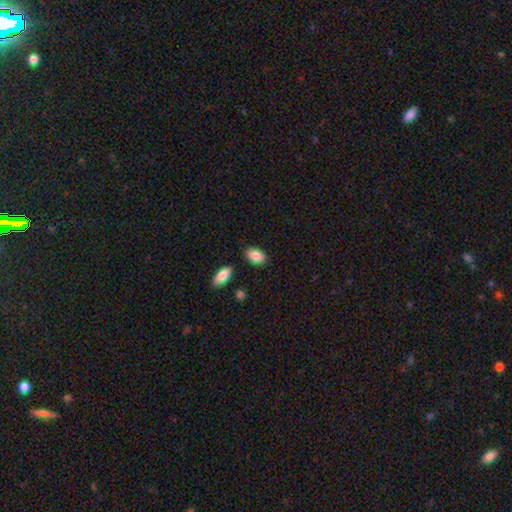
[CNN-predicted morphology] Smooth or featured? smooth (87%)
How rounded? in between (91%)
Merging? none (83%)